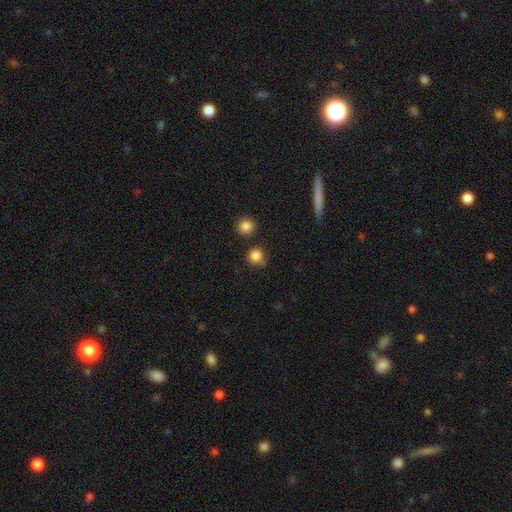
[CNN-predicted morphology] Smooth or featured? smooth (83%)
How rounded? round (92%)
Merging? none (75%)